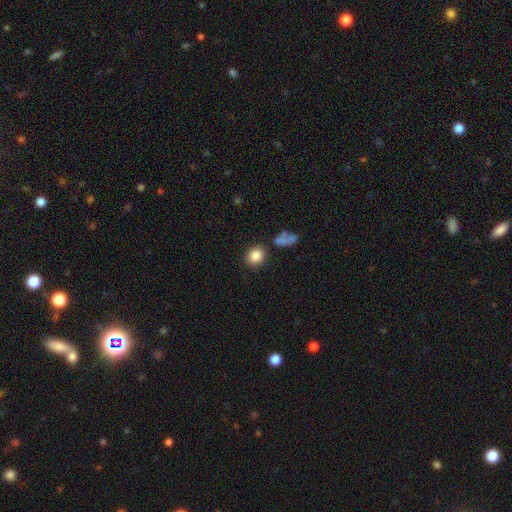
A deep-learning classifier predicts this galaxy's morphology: Smooth or featured? Predicted: smooth (p=0.85). How rounded? Predicted: round (p=0.71). Merging? Predicted: none (p=0.81).